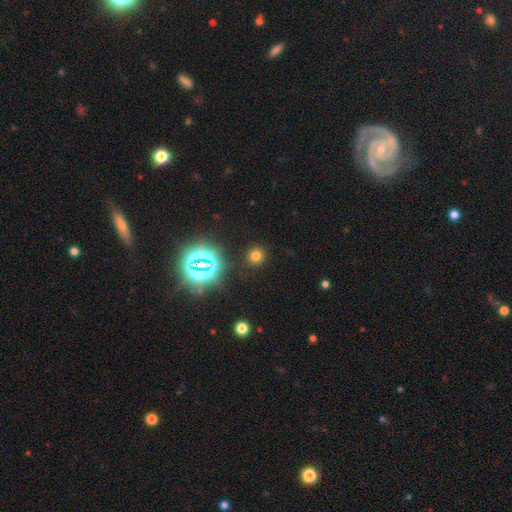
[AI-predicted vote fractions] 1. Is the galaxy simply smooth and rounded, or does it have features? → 68% smooth, 26% star or artifact, 6% featured or disk.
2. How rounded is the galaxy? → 90% round, 9% in between, 1% cigar-shaped.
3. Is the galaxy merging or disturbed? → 90% none, 6% minor disturbance, 3% major disturbance, 2% merger.